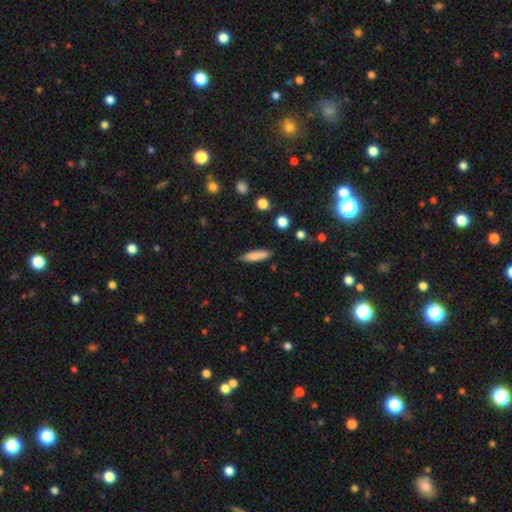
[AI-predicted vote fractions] This appears to be a smooth galaxy with no disk features (83%) that is cigar-shaped (74%). Merging: none (87%).